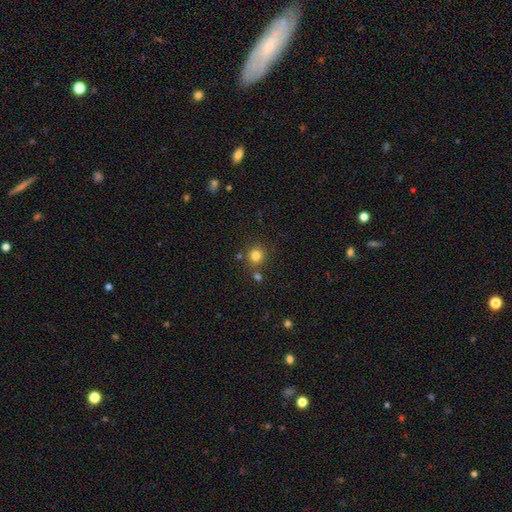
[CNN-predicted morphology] type=smooth (81%); roundness=round (91%); merging=none (79%).